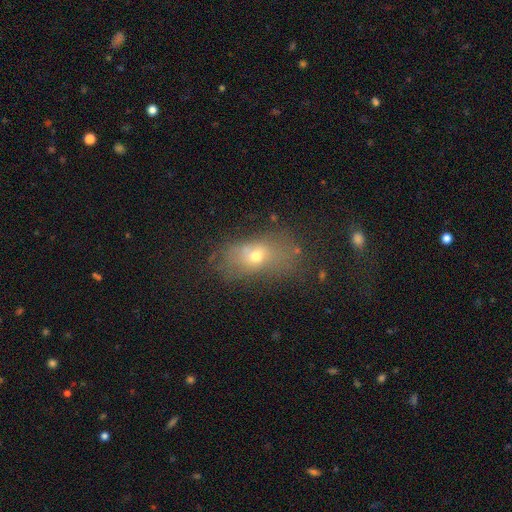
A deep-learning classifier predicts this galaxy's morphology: This is possibly a smooth galaxy (57%). How rounded: likely in between (74%). Merging: marginally none (45%).